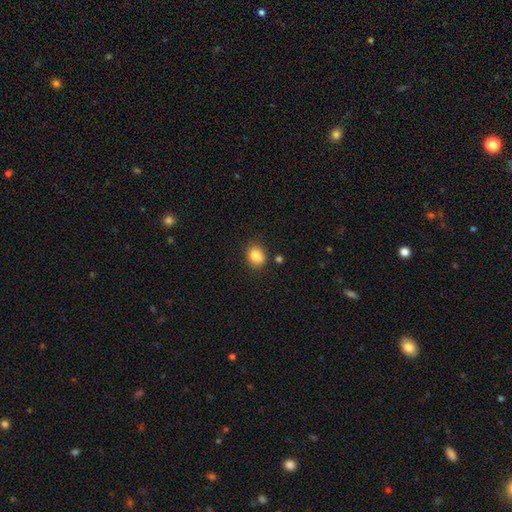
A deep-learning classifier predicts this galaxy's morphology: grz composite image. It shows a smooth galaxy with no disk features (83%) that is round (58%). Merging: none (77%).